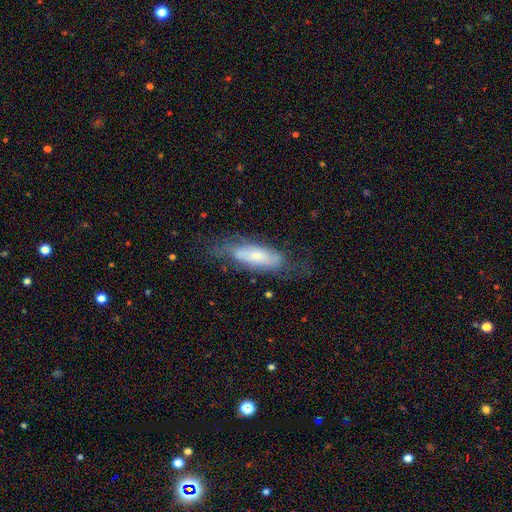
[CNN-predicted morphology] A featured or disk galaxy (50%).

Vote fractions:
- Smooth or featured? featured or disk: 50% / smooth: 42% / star or artifact: 8%
- Edge-on disk? no: 71% / yes: 29%
- Merging? none: 59% / minor disturbance: 25% / major disturbance: 14% / merger: 2%